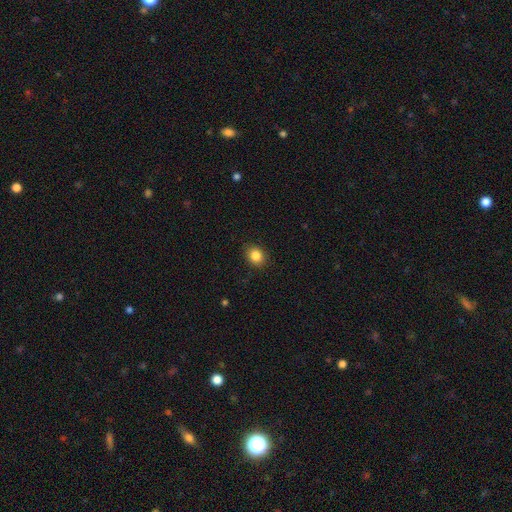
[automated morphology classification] This is clearly a smooth galaxy (85%). How rounded: likely round (66%). Merging: clearly none (88%).